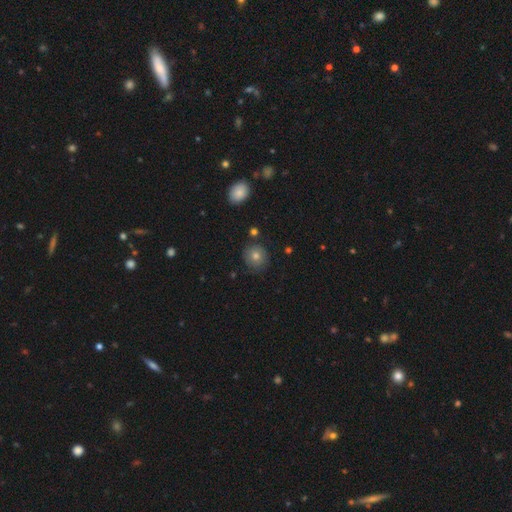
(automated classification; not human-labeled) This appears to be a smooth galaxy with no disk features (69%) that is round (88%). Merging: none (85%).